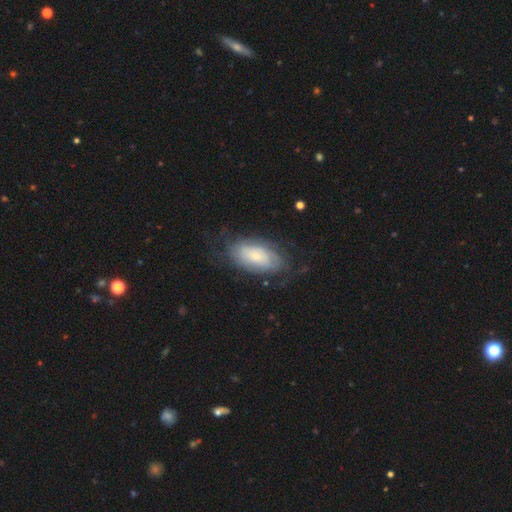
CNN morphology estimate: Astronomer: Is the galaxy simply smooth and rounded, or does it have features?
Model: smooth — 46%, tied with featured or disk at 46%.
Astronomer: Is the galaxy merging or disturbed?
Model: none — 66%.